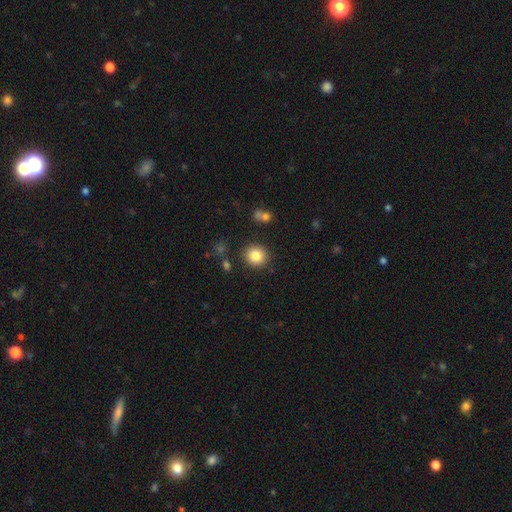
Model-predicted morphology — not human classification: Smooth or featured? Predicted: smooth (p=0.84). How rounded? Predicted: round (p=0.87). Merging? Predicted: none (p=0.87).